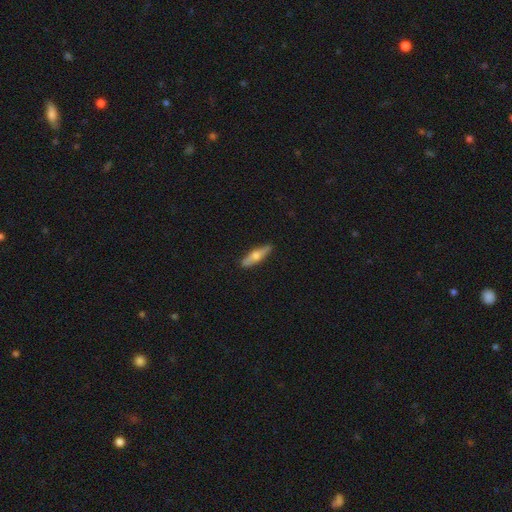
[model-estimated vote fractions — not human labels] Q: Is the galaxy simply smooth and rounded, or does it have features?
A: featured or disk — 48%.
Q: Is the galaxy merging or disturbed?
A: none — 89%.